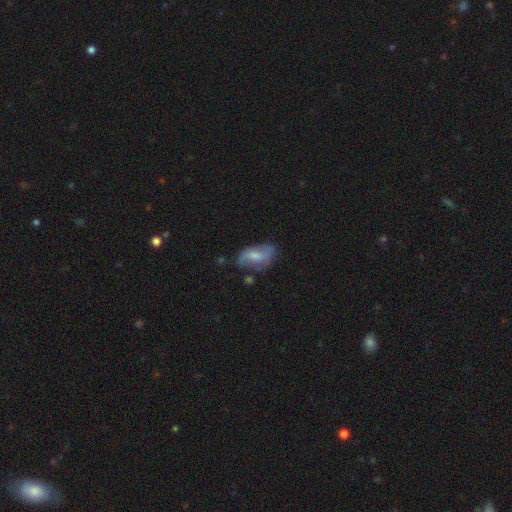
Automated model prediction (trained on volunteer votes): Overall: featured or disk (52%; smooth 40%). Edge-on disk: no (94%). Merging: none (58%; minor disturbance 27%).